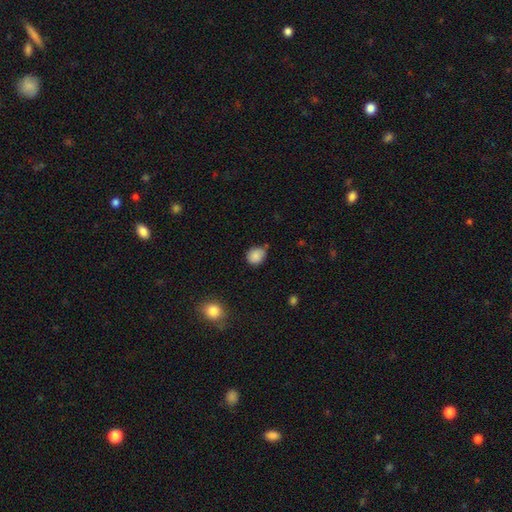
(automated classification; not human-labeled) smooth 85%, star or artifact 10%, featured or disk 6%. Down the decision tree: how rounded — round (72%); merging — none (65%).